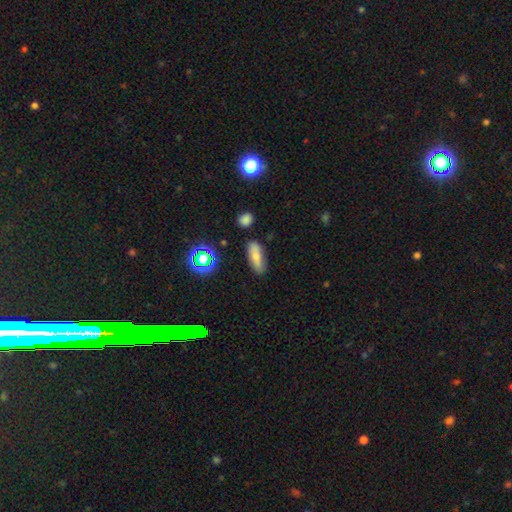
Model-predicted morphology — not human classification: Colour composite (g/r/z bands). It shows a smooth galaxy with no disk features (67%) that is in between round and cigar-shaped (63%). Merging: none (77%).